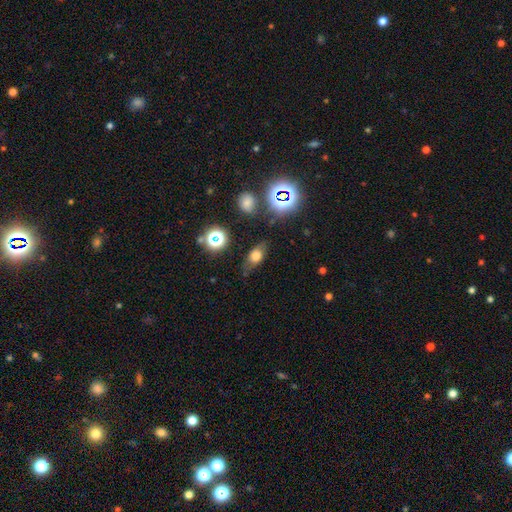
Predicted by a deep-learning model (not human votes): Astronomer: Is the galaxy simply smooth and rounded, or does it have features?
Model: smooth — 65%.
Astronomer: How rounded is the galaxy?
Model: in between — 74%.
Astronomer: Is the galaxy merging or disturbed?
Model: none — 72%.